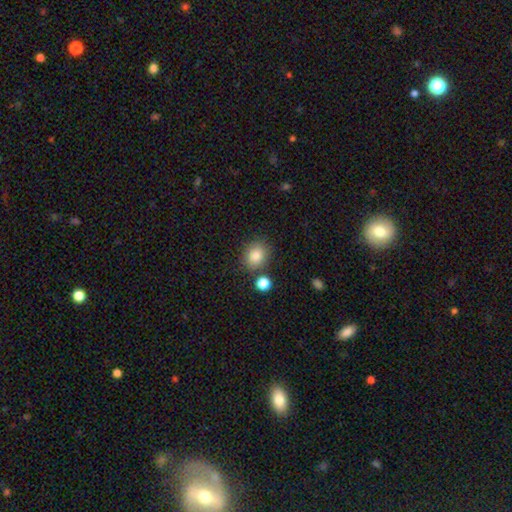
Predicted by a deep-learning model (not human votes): This appears to be a smooth galaxy with no disk features (85%) that is round (63%). Merging: none (79%).